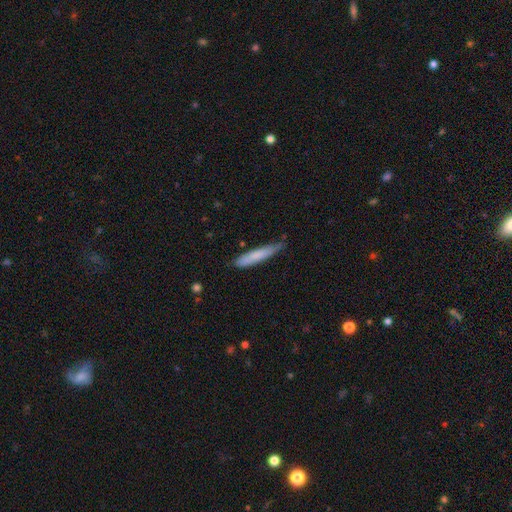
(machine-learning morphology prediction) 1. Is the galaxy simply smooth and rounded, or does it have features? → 74% smooth, 20% featured or disk, 6% star or artifact.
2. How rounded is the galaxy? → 91% cigar-shaped, 8% in between, 1% round.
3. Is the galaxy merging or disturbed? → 68% none, 26% minor disturbance, 4% major disturbance, 2% merger.